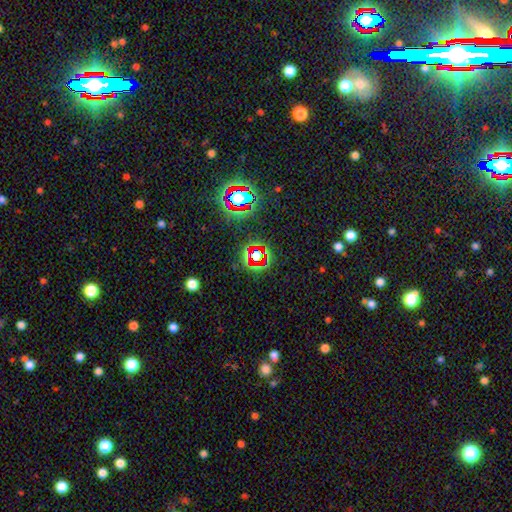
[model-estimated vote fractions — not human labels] Morphology: type=star or artifact (73%).